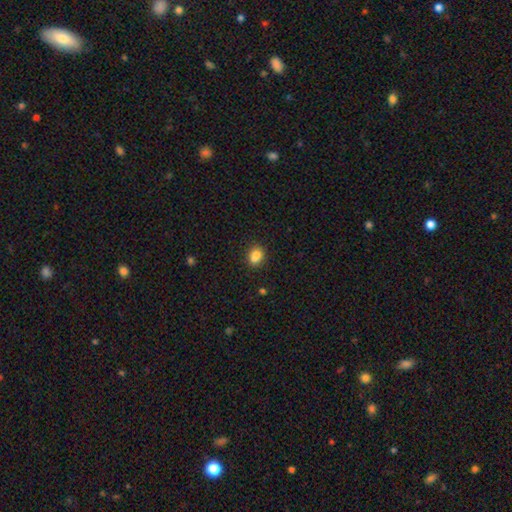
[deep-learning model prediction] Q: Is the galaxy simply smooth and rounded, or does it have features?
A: smooth — 83%.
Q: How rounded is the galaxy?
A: in between — 60%.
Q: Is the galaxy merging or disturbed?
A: none — 68%.